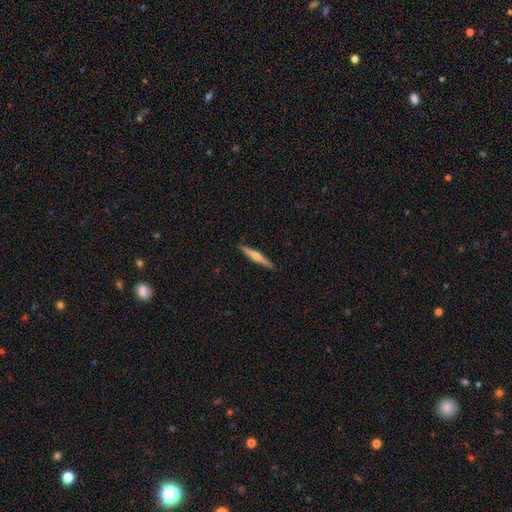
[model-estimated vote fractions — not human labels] Smooth or featured? featured or disk (65%)
Edge-on disk? yes (98%)
Edge-on bulge? rounded (86%)
Merging? none (91%)